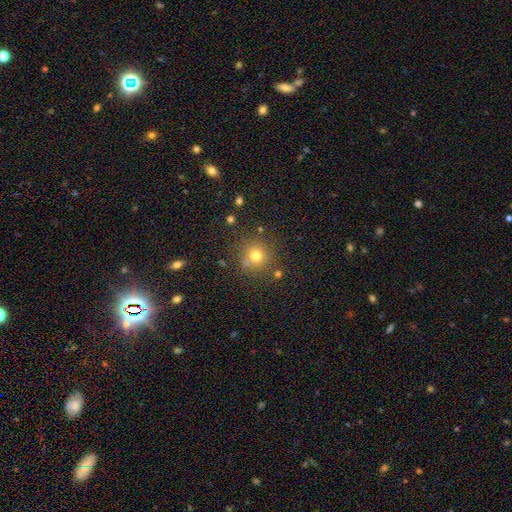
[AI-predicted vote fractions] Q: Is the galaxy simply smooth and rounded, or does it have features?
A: smooth — 74%.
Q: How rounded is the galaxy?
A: round — 93%.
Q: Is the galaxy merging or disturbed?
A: none — 79%.